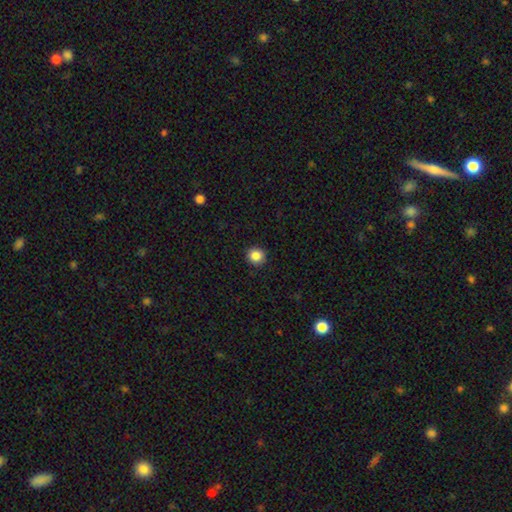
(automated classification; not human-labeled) Smooth or featured: smooth — 86% (star or artifact — 10%)
How rounded: round — 93% (in between — 6%)
Merging: none — 92% (minor disturbance — 6%)